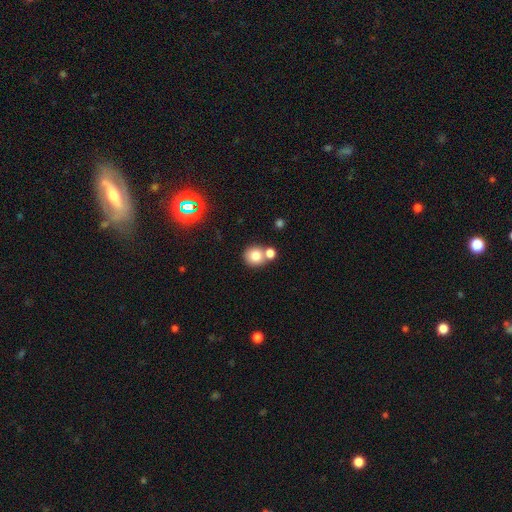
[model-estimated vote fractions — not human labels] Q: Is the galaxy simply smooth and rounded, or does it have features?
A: smooth — 78%.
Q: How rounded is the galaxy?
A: round — 86%.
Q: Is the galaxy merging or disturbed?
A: none — 54%.